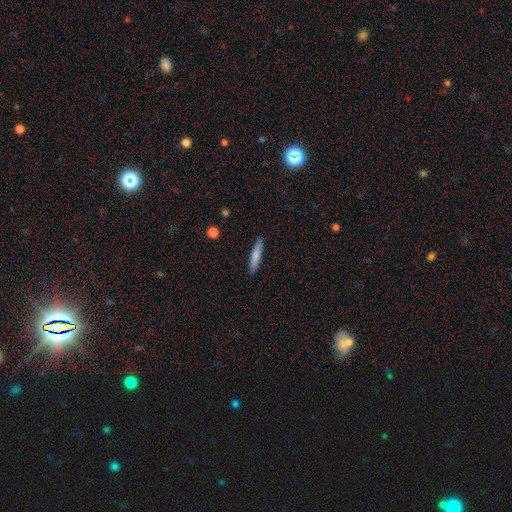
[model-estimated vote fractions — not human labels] A smooth galaxy with no disk features (78%) that is cigar-shaped (87%).

Vote fractions:
- Smooth or featured? smooth: 78% / featured or disk: 16% / star or artifact: 6%
- How rounded? cigar-shaped: 87% / in between: 11% / round: 1%
- Merging? none: 88% / minor disturbance: 9% / major disturbance: 2% / merger: 1%